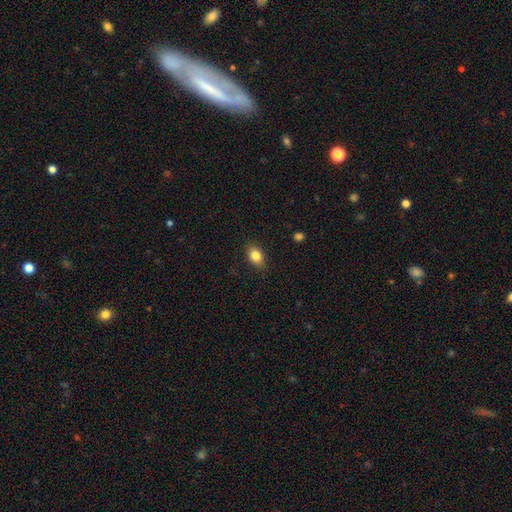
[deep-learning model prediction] The model was most divided on "how rounded": in between: 81%, round: 17%, cigar-shaped: 2%. More confident: merging — none (87%); smooth or featured — smooth (83%).